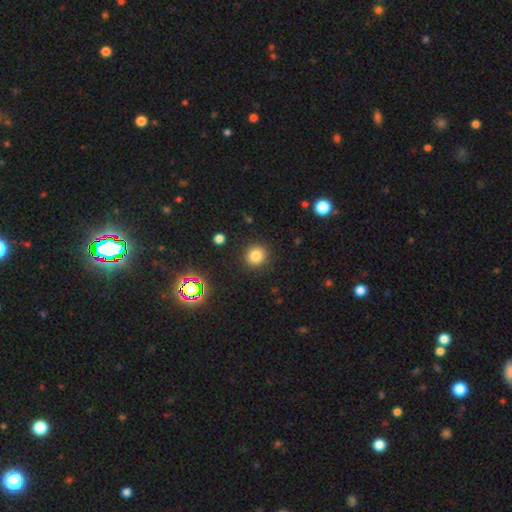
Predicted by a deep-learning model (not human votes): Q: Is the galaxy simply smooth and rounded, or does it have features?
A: smooth — 80%.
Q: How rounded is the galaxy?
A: round — 85%.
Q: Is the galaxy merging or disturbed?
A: none — 90%.